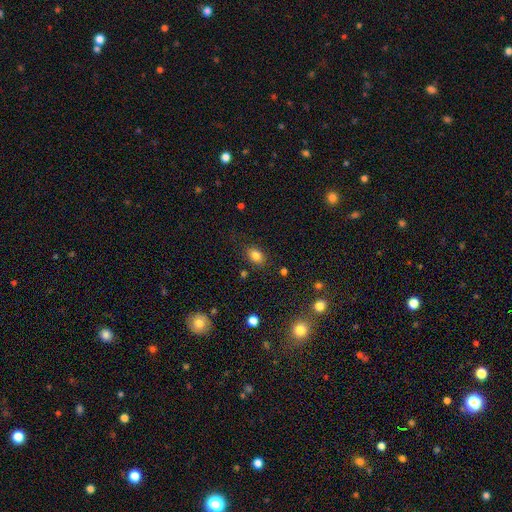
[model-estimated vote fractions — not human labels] smooth 82%, star or artifact 11%, featured or disk 7%. Down the decision tree: how rounded — in between (73%); merging — none (82%).